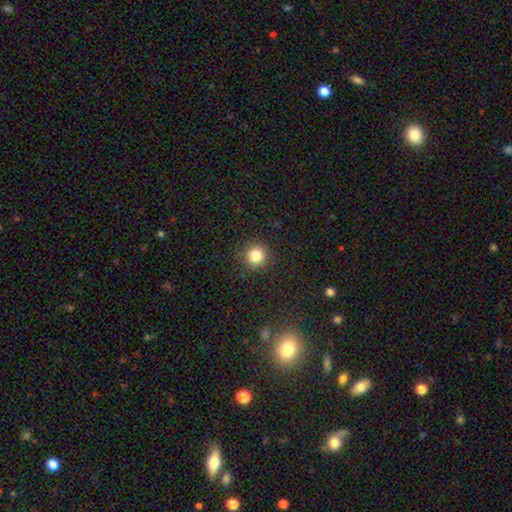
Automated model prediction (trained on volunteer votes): The model was most divided on "smooth or featured": smooth: 83%, star or artifact: 12%, featured or disk: 5%. More confident: how rounded — round (94%); merging — none (91%).